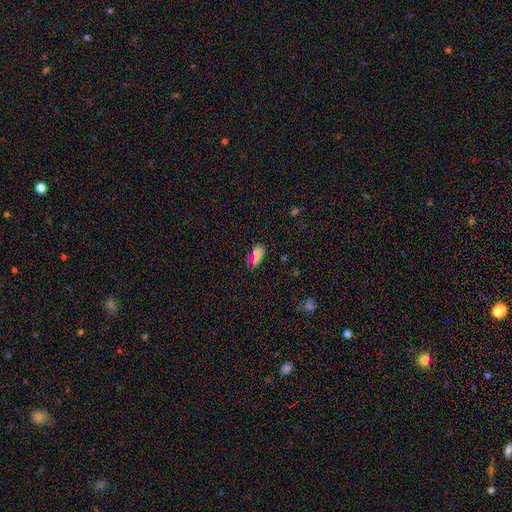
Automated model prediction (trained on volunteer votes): smooth 73%, star or artifact 18%, featured or disk 9%. Down the decision tree: how rounded — in between (86%); merging — none (78%).